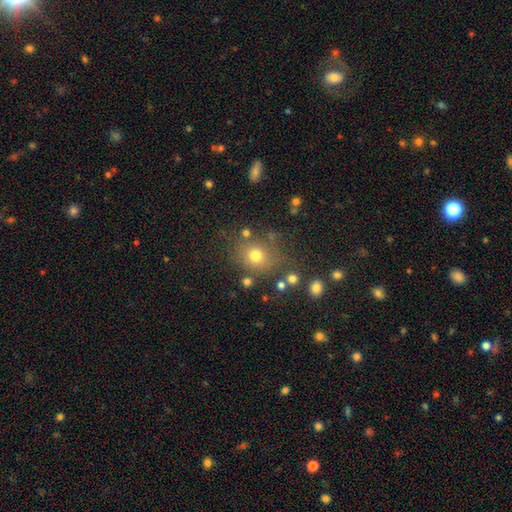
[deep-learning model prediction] Q: Smooth or featured?
A: smooth (73%); runner-up: star or artifact (17%)
Q: How rounded?
A: round (76%); runner-up: in between (22%)
Q: Merging?
A: none (75%); runner-up: minor disturbance (13%)